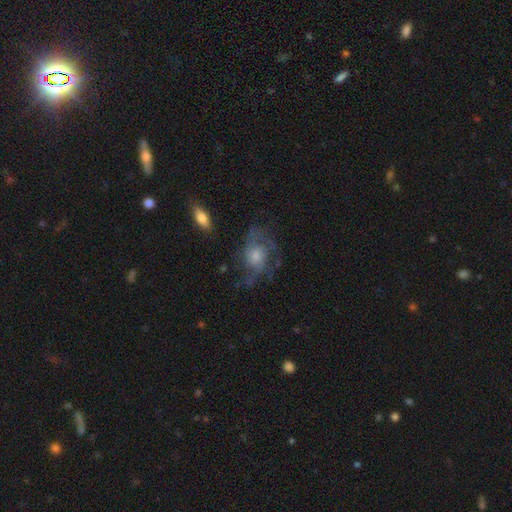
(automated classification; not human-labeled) Smooth or featured? featured or disk (76%)
Edge-on disk? no (96%)
Bar? no (77%)
Spiral arms? yes (88%)
Spiral winding? medium (48%)
Spiral arm count? 2 (29%)
Bulge size? moderate (42%)
Merging? none (61%)